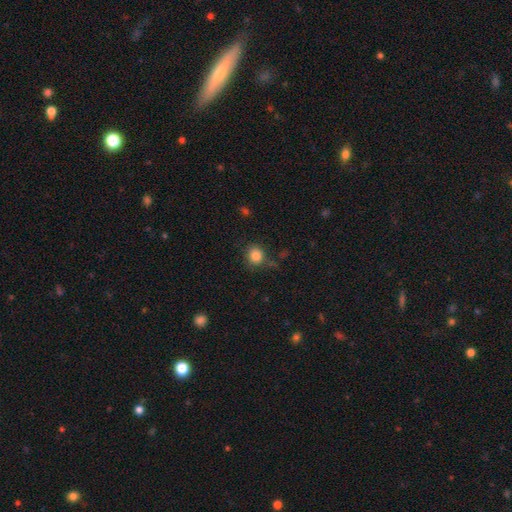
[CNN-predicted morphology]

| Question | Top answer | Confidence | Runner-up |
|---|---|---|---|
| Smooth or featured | smooth | 84% | star or artifact (10%) |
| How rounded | round | 83% | in between (16%) |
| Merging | none | 77% | minor disturbance (14%) |